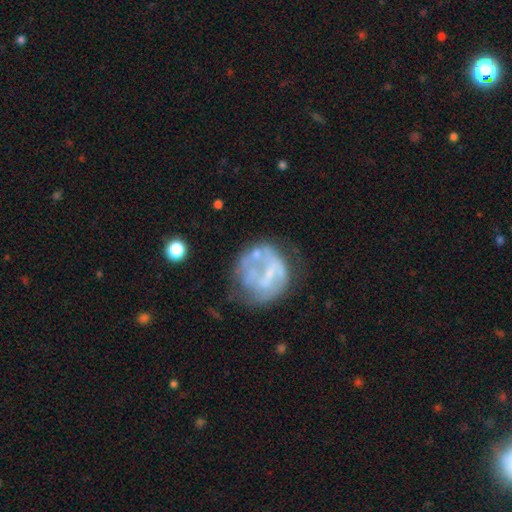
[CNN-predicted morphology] featured or disk 59%, smooth 31%, star or artifact 9%. Down the decision tree: edge-on disk — no (98%); bar — no (55%); spiral arms — no (71%); bulge size — none (51%); merging — none (38%).